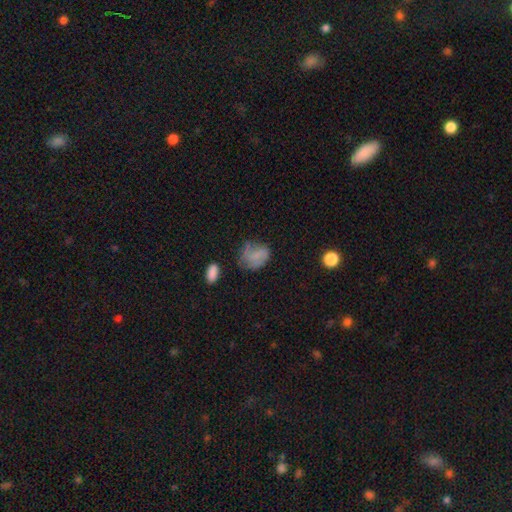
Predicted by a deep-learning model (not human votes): Smooth or featured: smooth — 66% (featured or disk — 24%)
How rounded: in between — 54% (round — 44%)
Merging: none — 49% (minor disturbance — 30%)